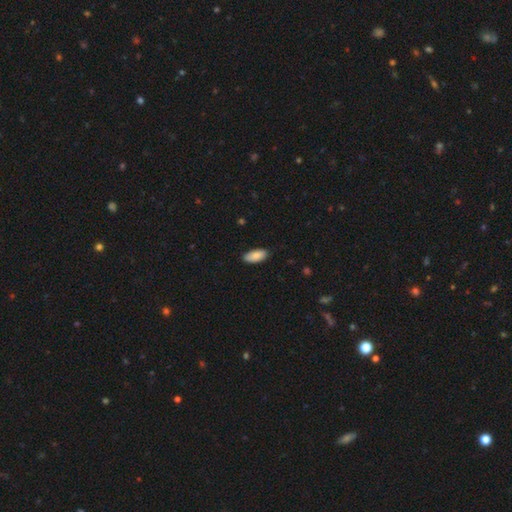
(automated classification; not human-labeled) smooth-or-featured: smooth: 86% | featured or disk: 8% | star or artifact: 6%
  how-rounded: in between: 90% | cigar-shaped: 8% | round: 2%
  merging: none: 87% | minor disturbance: 11% | major disturbance: 2% | merger: 1%